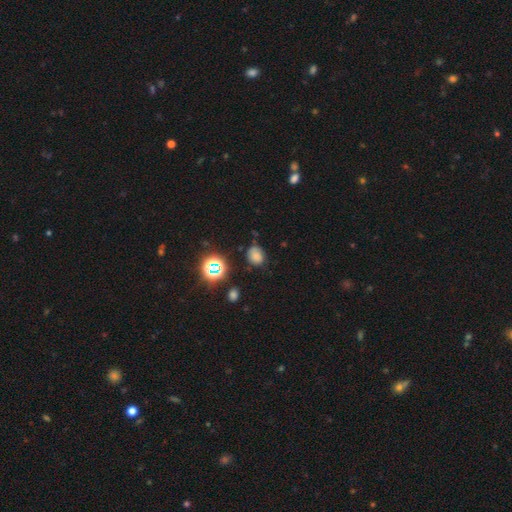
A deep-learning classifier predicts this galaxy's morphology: smooth 72%, star or artifact 21%, featured or disk 8%. Down the decision tree: how rounded — round (58%); merging — none (69%).